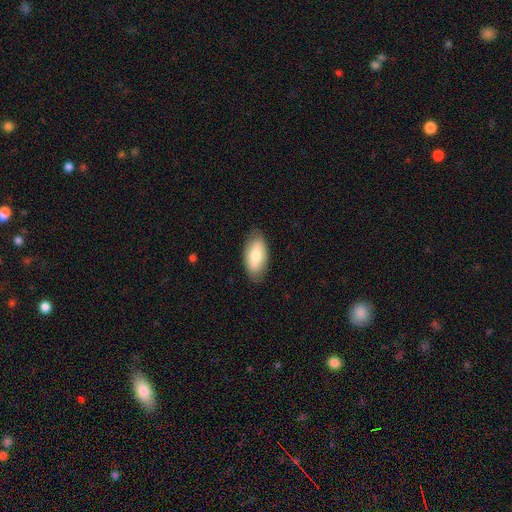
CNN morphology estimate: Smooth or featured?
  - smooth: 74% *
  - featured or disk: 20%
  - star or artifact: 6%
How rounded?
  - in between: 93% *
  - cigar-shaped: 5%
  - round: 3%
Merging?
  - none: 82% *
  - minor disturbance: 14%
  - major disturbance: 3%
  - merger: 1%